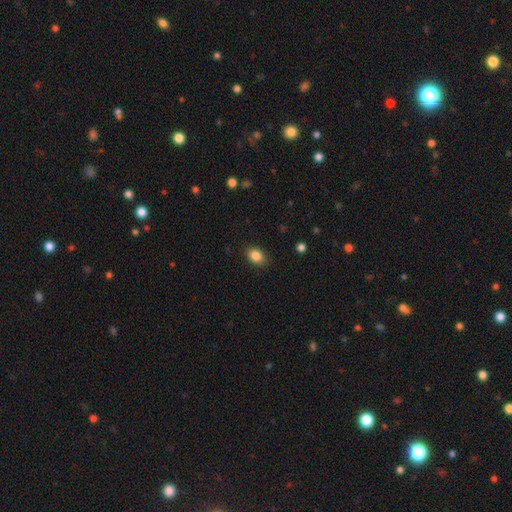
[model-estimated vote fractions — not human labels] This appears to be a smooth galaxy with no disk features (86%) that is in between round and cigar-shaped (70%). Merging: none (86%).